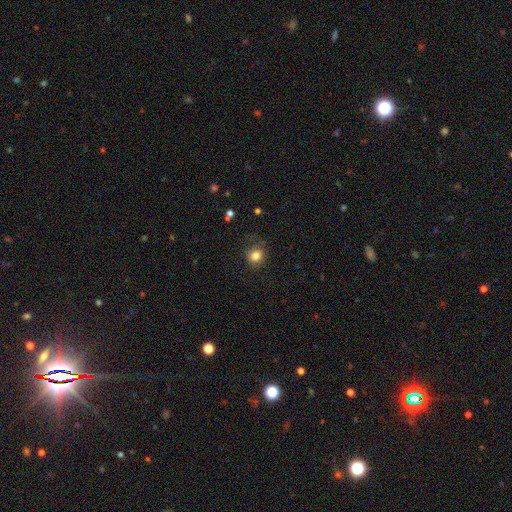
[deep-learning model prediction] smooth-or-featured: smooth: 82% | star or artifact: 12% | featured or disk: 6%
  how-rounded: round: 80% | in between: 20% | cigar-shaped: 1%
  merging: none: 76% | minor disturbance: 17% | major disturbance: 6% | merger: 1%